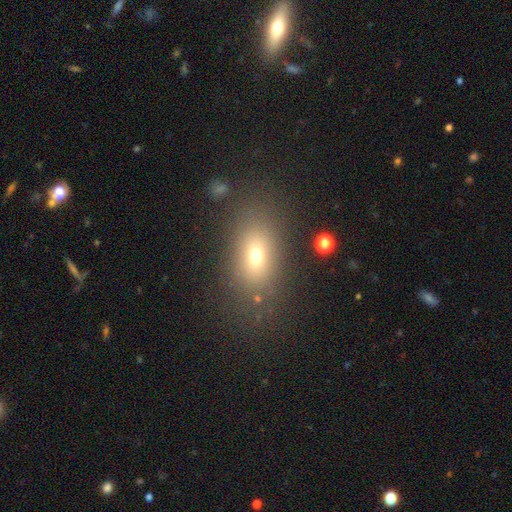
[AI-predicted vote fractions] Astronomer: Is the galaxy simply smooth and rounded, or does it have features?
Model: smooth — 68%.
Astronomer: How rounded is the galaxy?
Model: in between — 78%.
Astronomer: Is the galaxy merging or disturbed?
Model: none — 77%.